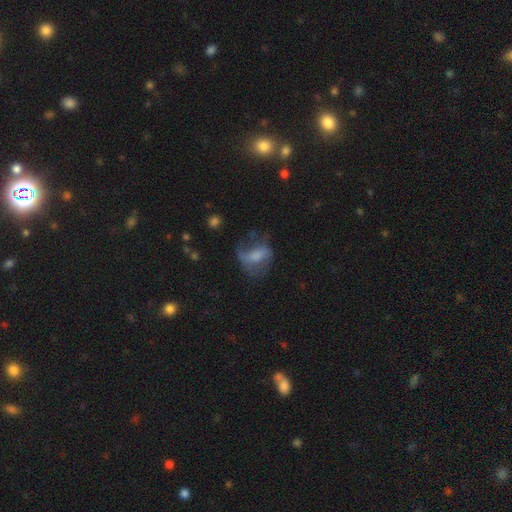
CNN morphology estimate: featured or disk 48%, smooth 42%, star or artifact 11%. Down the decision tree: merging — major disturbance (39%).